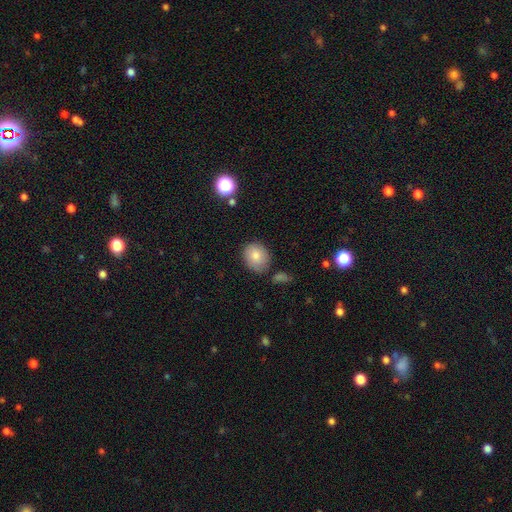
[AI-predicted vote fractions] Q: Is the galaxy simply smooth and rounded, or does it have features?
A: smooth — 81%.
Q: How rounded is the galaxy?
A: round — 60%.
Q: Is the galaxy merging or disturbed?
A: none — 75%.